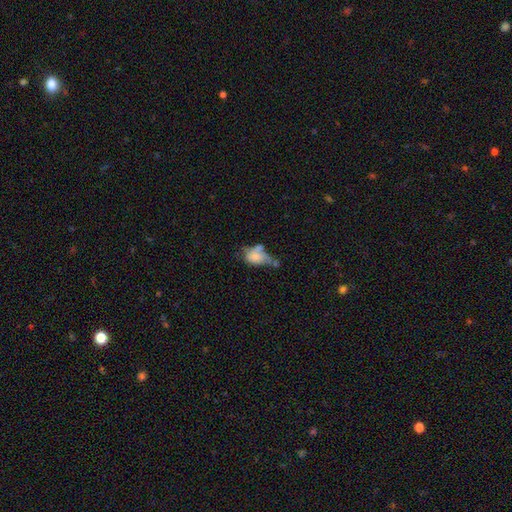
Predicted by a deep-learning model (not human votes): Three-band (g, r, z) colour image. It shows a smooth galaxy with no disk features (65%) that is in between round and cigar-shaped (82%). Merging: merger (31%).